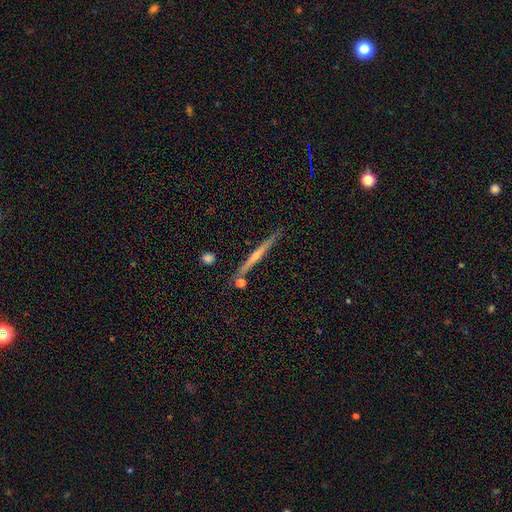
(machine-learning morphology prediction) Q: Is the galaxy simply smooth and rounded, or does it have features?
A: featured or disk — 68%.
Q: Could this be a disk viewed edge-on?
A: yes — 96%.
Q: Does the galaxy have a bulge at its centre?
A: rounded — 56%.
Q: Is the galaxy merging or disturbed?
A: none — 83%.